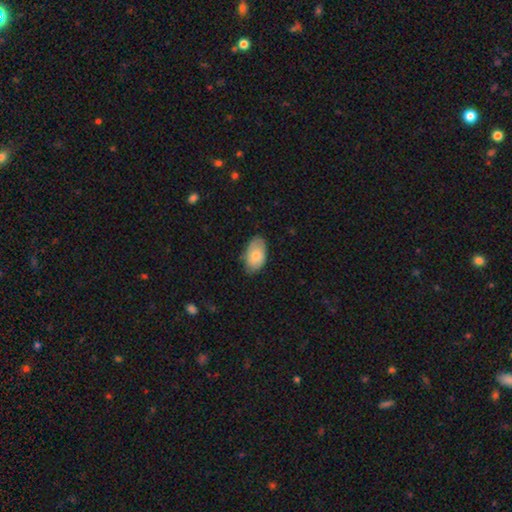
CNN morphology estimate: type=smooth (74%); roundness=in between (93%); merging=none (73%).